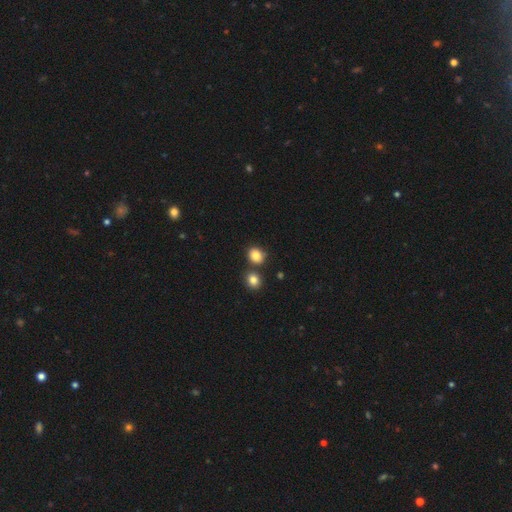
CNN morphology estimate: smooth_or_featured: smooth (p=0.84) [alt: star or artifact p=0.10]
how_rounded: round (p=0.69) [alt: in between p=0.30]
merging: none (p=0.71) [alt: merger p=0.16]